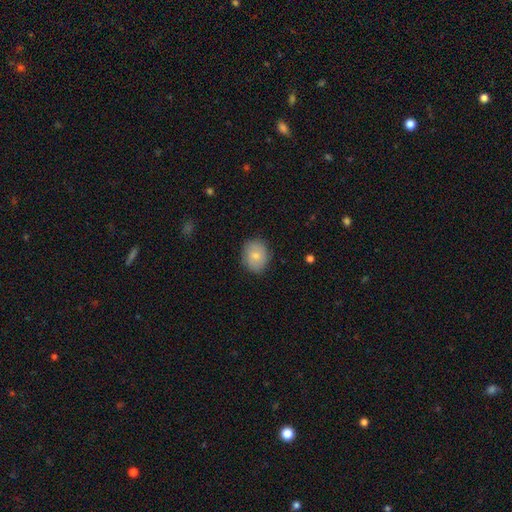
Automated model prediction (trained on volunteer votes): Smooth or featured? Predicted: smooth (p=0.75). How rounded? Predicted: round (p=0.58). Merging? Predicted: none (p=0.83).